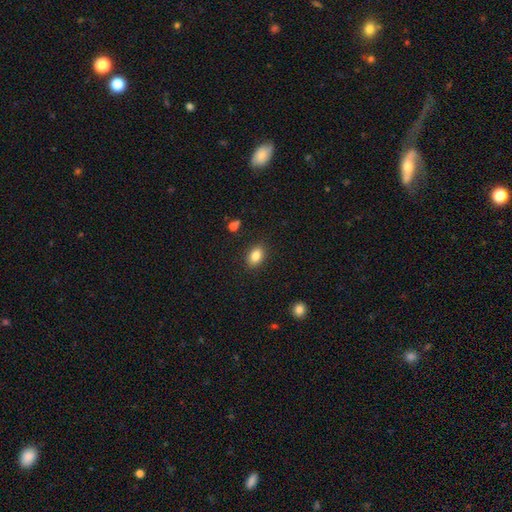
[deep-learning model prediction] This appears to be a smooth galaxy with no disk features (85%) that is in between round and cigar-shaped (80%). Merging: none (87%).